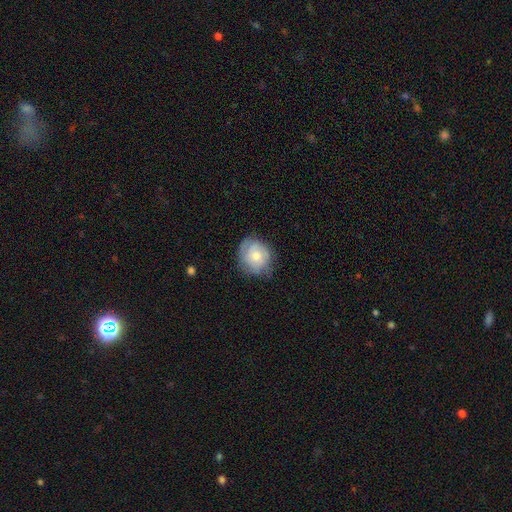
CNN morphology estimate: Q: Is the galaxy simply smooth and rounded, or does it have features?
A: smooth — 60%.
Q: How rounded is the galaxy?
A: round — 74%.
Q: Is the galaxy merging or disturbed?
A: none — 65%.